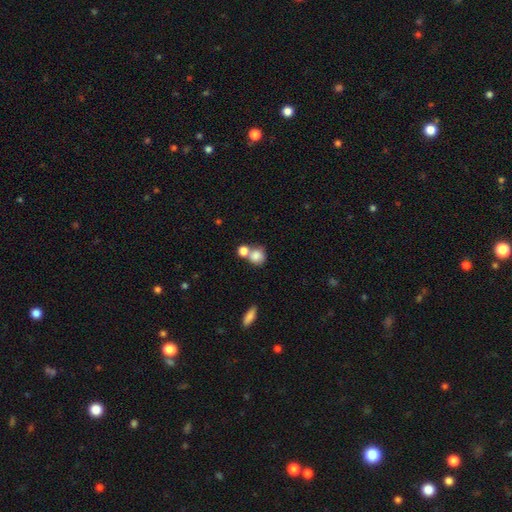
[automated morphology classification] This appears to be a smooth galaxy with no disk features (82%) that is round (75%). Merging: merger (44%).